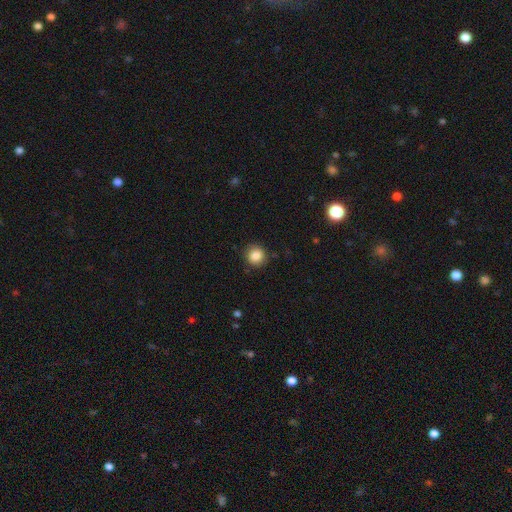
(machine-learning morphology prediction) Q: Smooth or featured?
A: smooth (86%); runner-up: star or artifact (10%)
Q: How rounded?
A: round (92%); runner-up: in between (8%)
Q: Merging?
A: none (88%); runner-up: minor disturbance (8%)